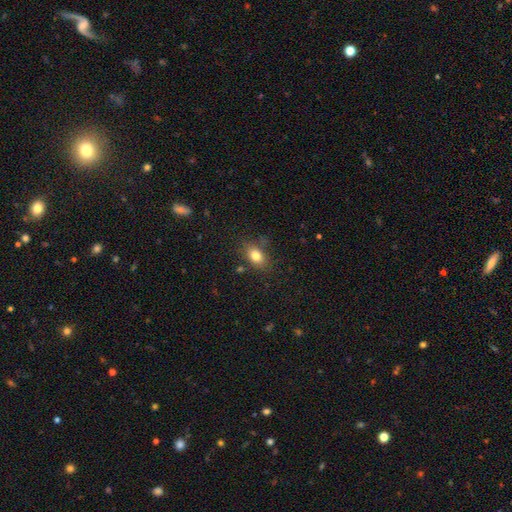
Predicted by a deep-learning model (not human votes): Smooth or featured: smooth — 81% (star or artifact — 10%)
How rounded: in between — 78% (round — 19%)
Merging: none — 77% (minor disturbance — 15%)